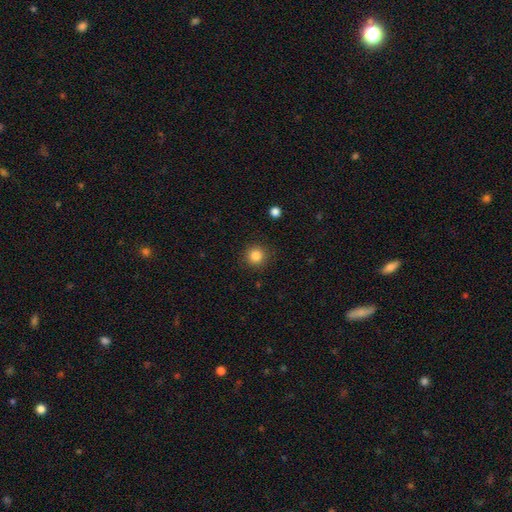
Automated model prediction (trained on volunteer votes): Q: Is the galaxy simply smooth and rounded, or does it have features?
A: smooth — 85%.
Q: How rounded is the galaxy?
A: round — 94%.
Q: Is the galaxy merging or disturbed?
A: none — 90%.